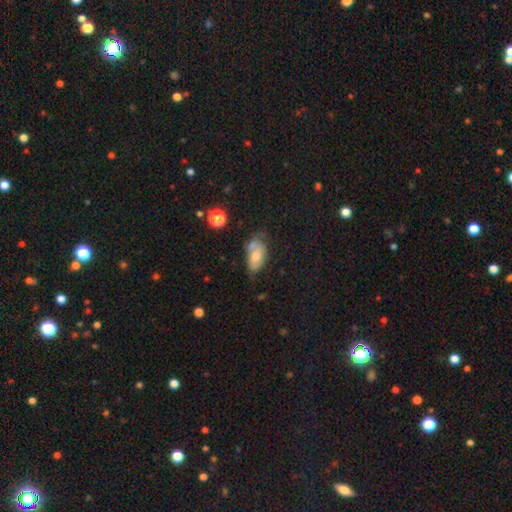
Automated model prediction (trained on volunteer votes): Smooth or featured? Predicted: smooth (p=0.56). How rounded? Predicted: in between (p=0.89). Merging? Predicted: none (p=0.46).